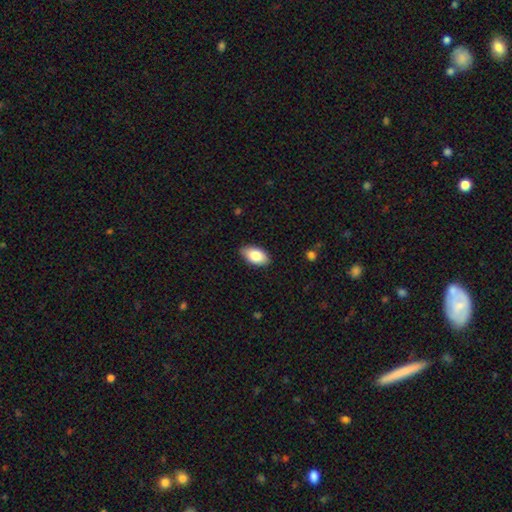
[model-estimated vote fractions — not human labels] Smooth or featured? Predicted: smooth (p=0.84). How rounded? Predicted: in between (p=0.94). Merging? Predicted: none (p=0.83).